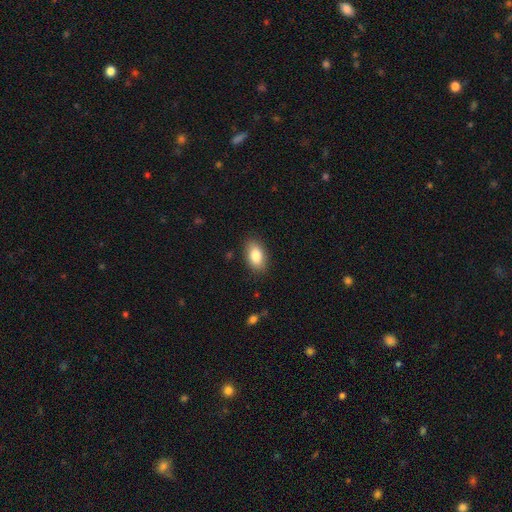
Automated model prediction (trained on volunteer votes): Q: Smooth or featured?
A: smooth (85%); runner-up: featured or disk (8%)
Q: How rounded?
A: in between (91%); runner-up: round (6%)
Q: Merging?
A: none (87%); runner-up: minor disturbance (10%)